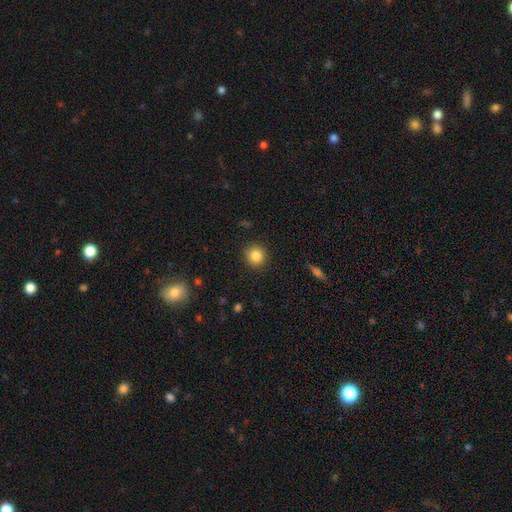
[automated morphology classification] smooth-or-featured: smooth: 84% | star or artifact: 10% | featured or disk: 6%
  how-rounded: round: 92% | in between: 7% | cigar-shaped: 1%
  merging: none: 91% | minor disturbance: 6% | major disturbance: 2% | merger: 1%